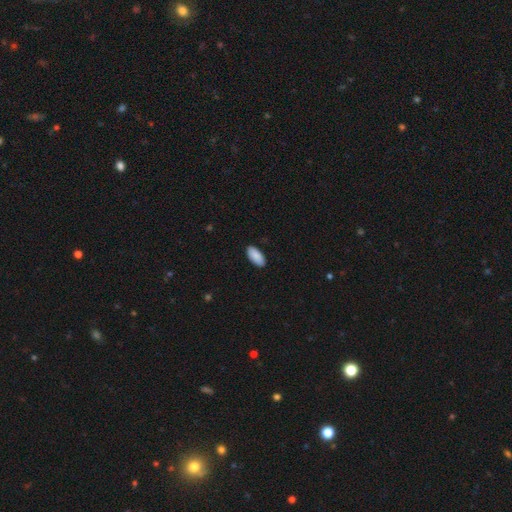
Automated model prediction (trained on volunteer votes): smooth 90%, star or artifact 6%, featured or disk 5%. Down the decision tree: how rounded — in between (93%); merging — none (90%).